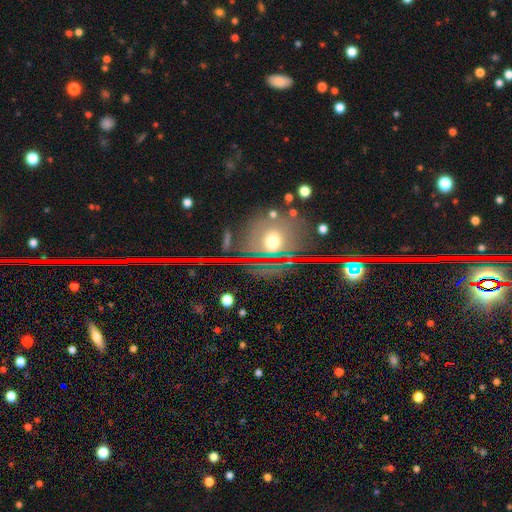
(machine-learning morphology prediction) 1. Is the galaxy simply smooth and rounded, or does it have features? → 65% star or artifact, 18% smooth, 17% featured or disk.